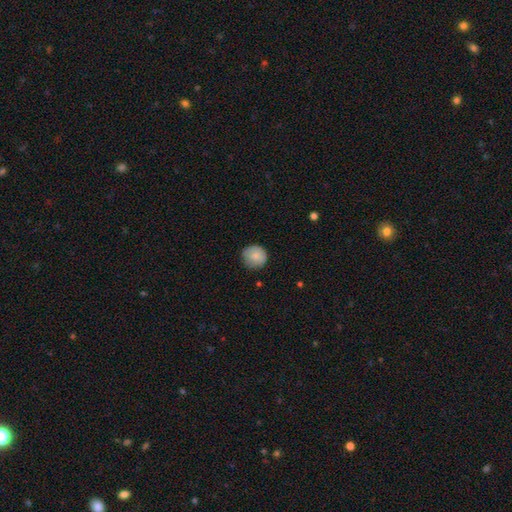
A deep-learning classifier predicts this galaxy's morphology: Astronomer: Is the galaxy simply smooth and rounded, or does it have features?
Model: smooth — 84%.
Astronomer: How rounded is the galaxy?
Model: round — 92%.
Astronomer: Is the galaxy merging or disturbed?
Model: none — 82%.